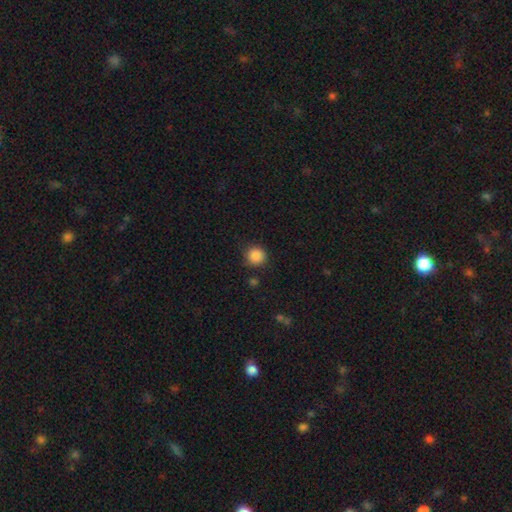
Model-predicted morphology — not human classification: This appears to be a smooth galaxy with no disk features (87%) that is round (92%). Merging: none (85%).